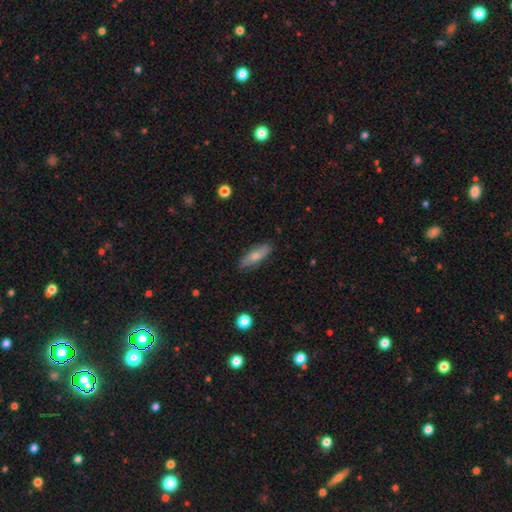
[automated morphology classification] A smooth galaxy with no disk features (63%) that is in between round and cigar-shaped (57%). Merging: none (84%).